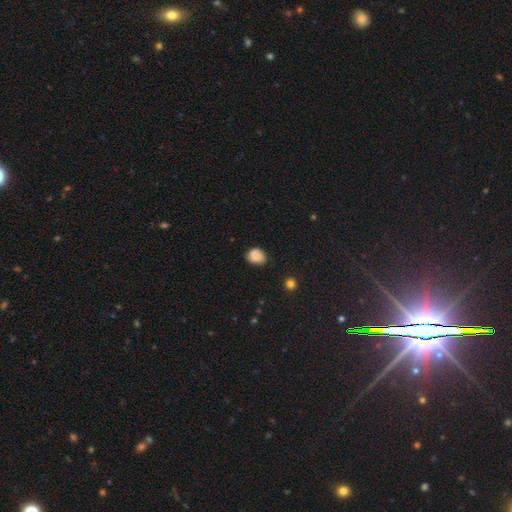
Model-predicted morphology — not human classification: Q: Smooth or featured?
A: smooth (86%); runner-up: star or artifact (9%)
Q: How rounded?
A: round (50%); runner-up: in between (49%)
Q: Merging?
A: none (71%); runner-up: minor disturbance (24%)